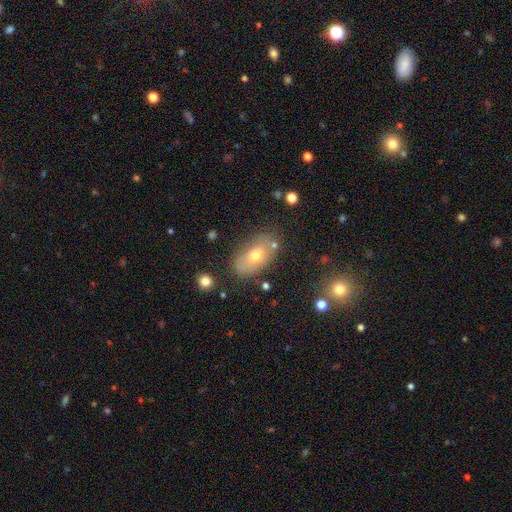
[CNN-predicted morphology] smooth 65%, featured or disk 26%, star or artifact 9%. Down the decision tree: how rounded — in between (89%); merging — none (69%).